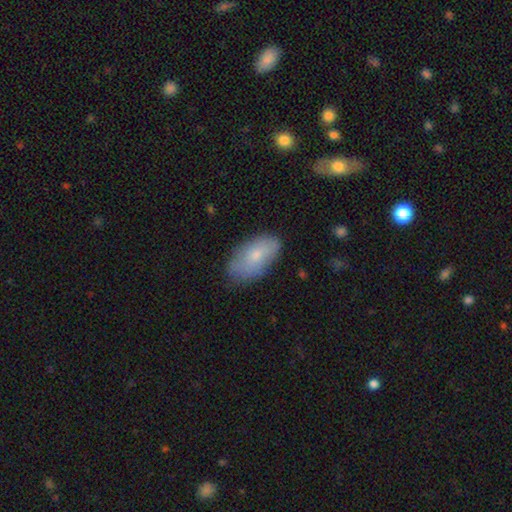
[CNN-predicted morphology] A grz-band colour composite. It shows a smooth galaxy with no disk features (72%) that is in between round and cigar-shaped (94%). Merging: none (75%).